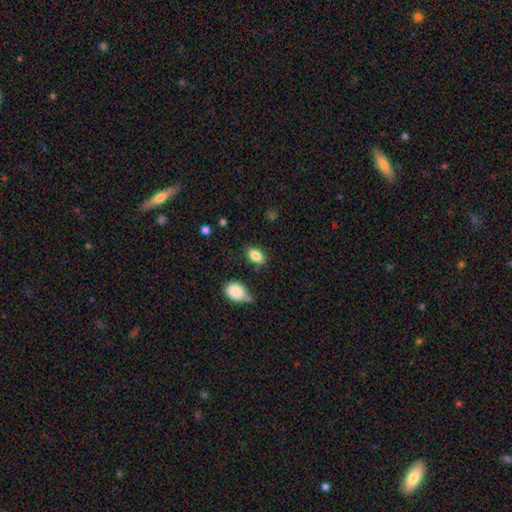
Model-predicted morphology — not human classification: A smooth galaxy with no disk features (84%) that is in between round and cigar-shaped (88%). Merging: none (78%).